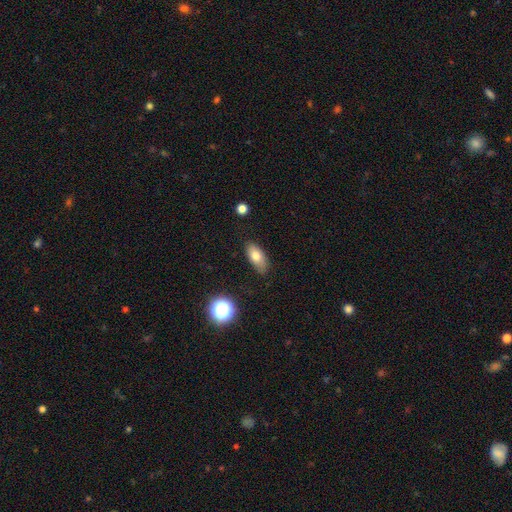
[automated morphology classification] A smooth galaxy with no disk features (75%) that is in between round and cigar-shaped (87%).

Vote fractions:
- Smooth or featured? smooth: 75% / featured or disk: 16% / star or artifact: 9%
- How rounded? in between: 87% / cigar-shaped: 8% / round: 5%
- Merging? none: 75% / minor disturbance: 20% / major disturbance: 4% / merger: 2%